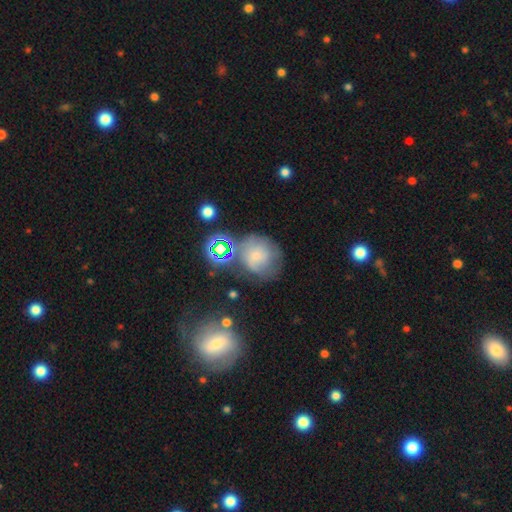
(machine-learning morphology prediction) A smooth galaxy with no disk features (45%). Merging: none (48%).